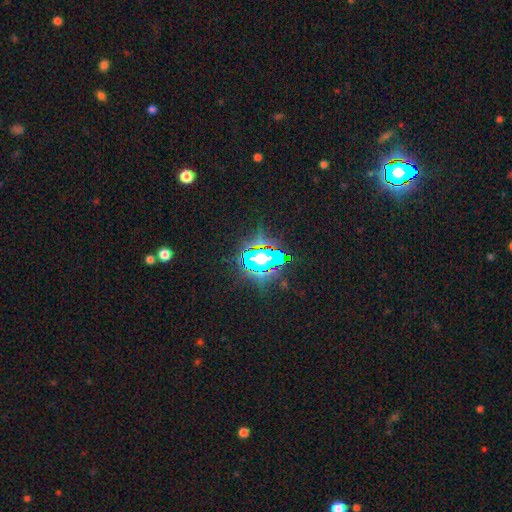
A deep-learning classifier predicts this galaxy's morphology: smooth_or_featured: star or artifact (p=0.77) [alt: smooth p=0.13]